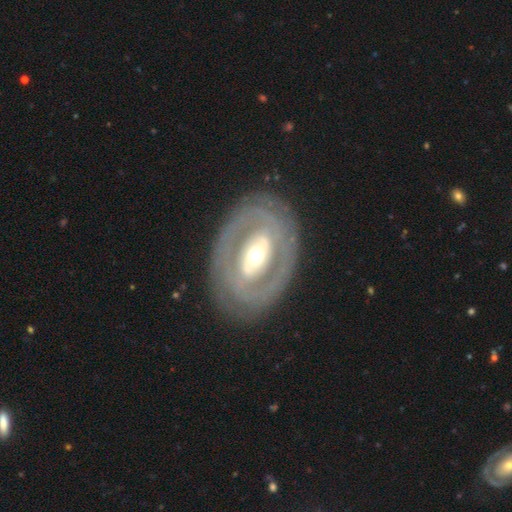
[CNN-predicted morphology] type=featured or disk (78%); edge-on=no (94%); bar=no (38%); spiral arms=yes (57%); bulge=moderate (64%); merging=none (81%).